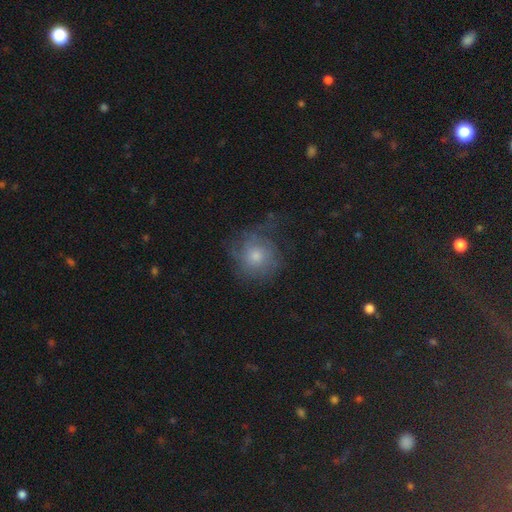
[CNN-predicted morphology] smooth-or-featured: smooth: 48% | featured or disk: 36% | star or artifact: 17%
  merging: none: 56% | minor disturbance: 22% | major disturbance: 20% | merger: 2%